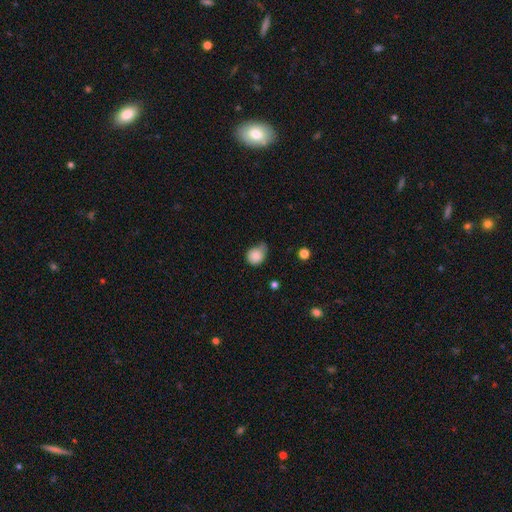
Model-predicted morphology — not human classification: Smooth or featured? Predicted: smooth (p=0.83). How rounded? Predicted: round (p=0.64). Merging? Predicted: minor disturbance (p=0.45).